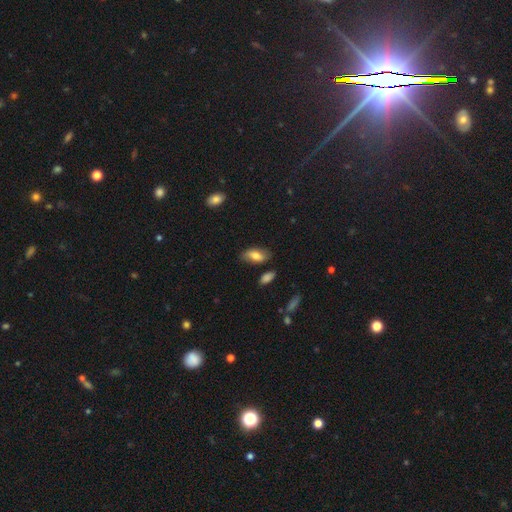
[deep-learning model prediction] A smooth galaxy with no disk features (71%) that is in between round and cigar-shaped (89%).

Vote fractions:
- Smooth or featured? smooth: 71% / featured or disk: 21% / star or artifact: 7%
- How rounded? in between: 89% / cigar-shaped: 8% / round: 3%
- Merging? none: 72% / minor disturbance: 20% / major disturbance: 5% / merger: 3%